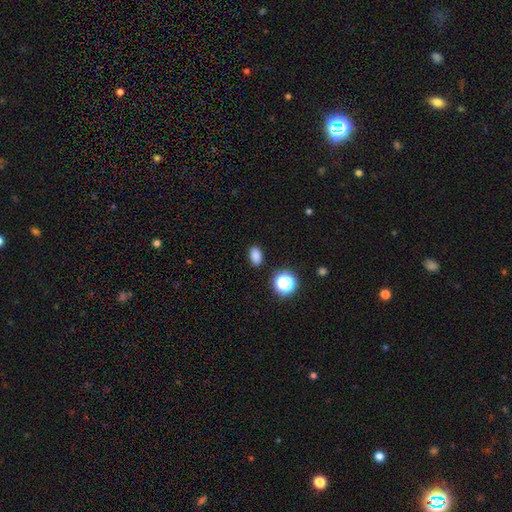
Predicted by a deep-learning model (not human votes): smooth 82%, star or artifact 14%, featured or disk 4%. Down the decision tree: how rounded — in between (83%); merging — none (87%).